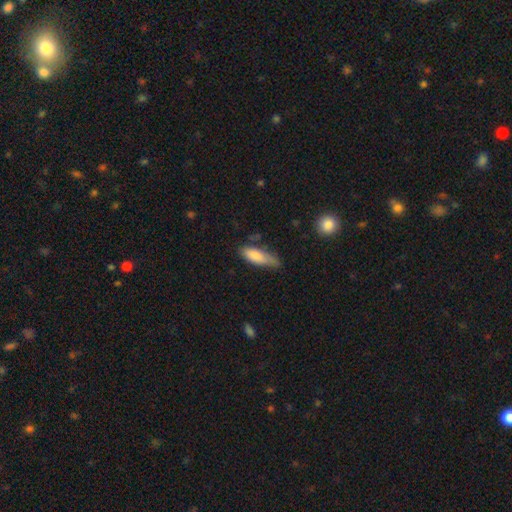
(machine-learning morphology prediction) Overall: smooth (82%). How rounded: in between (57%; cigar-shaped 41%). Merging: none (47%; minor disturbance 39%).